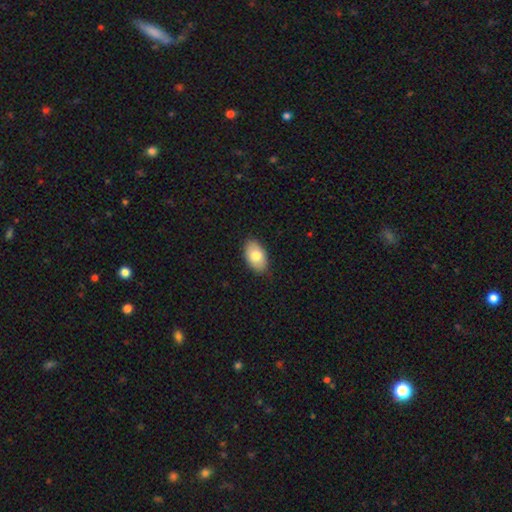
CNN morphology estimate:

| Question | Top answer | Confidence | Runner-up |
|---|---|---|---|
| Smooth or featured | smooth | 78% | featured or disk (15%) |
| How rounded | in between | 93% | round (6%) |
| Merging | none | 86% | minor disturbance (11%) |